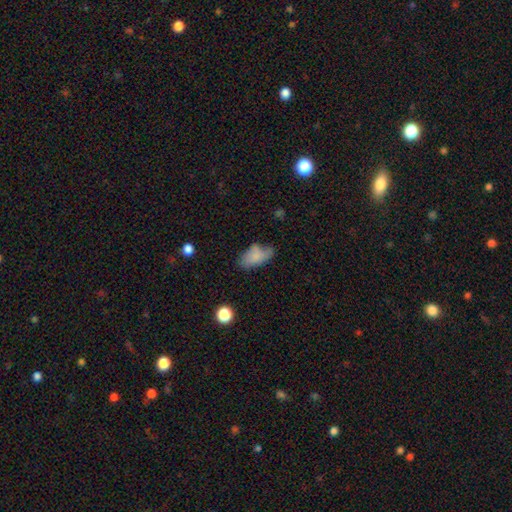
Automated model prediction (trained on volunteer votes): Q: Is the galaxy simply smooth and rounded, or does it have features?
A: smooth — 78%.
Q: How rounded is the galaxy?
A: in between — 91%.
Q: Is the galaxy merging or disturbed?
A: none — 49%.